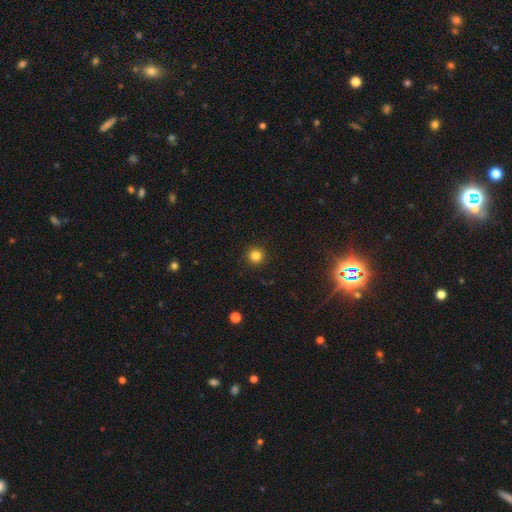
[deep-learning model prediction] Q: Smooth or featured?
A: smooth (83%); runner-up: star or artifact (13%)
Q: How rounded?
A: round (95%); runner-up: in between (4%)
Q: Merging?
A: none (92%); runner-up: minor disturbance (5%)